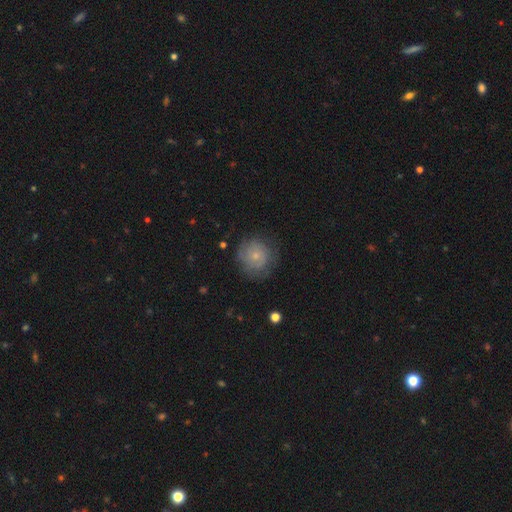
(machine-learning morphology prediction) A smooth galaxy with no disk features (51%) that is round (88%).

Vote fractions:
- Smooth or featured? smooth: 51% / featured or disk: 41% / star or artifact: 8%
- How rounded? round: 88% / in between: 11% / cigar-shaped: 1%
- Merging? none: 72% / minor disturbance: 19% / major disturbance: 8% / merger: 1%